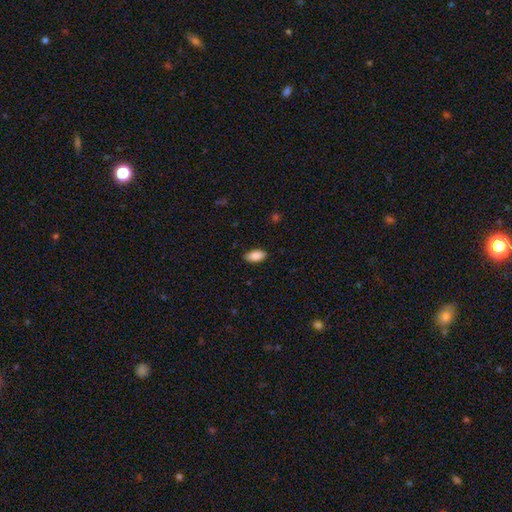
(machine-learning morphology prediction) This appears to be a smooth galaxy with no disk features (89%) that is in between round and cigar-shaped (93%). Merging: none (86%).